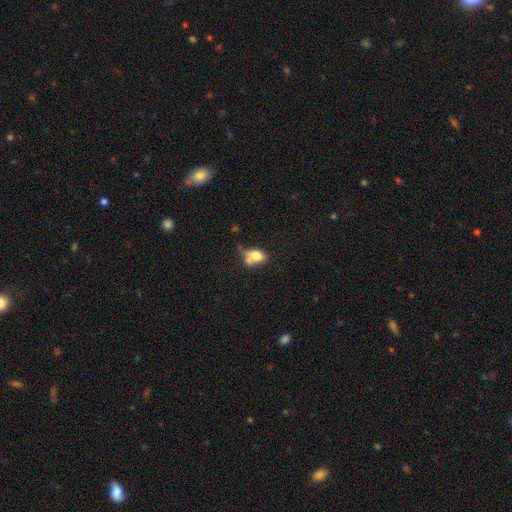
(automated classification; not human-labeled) Smooth or featured? Predicted: smooth (p=0.72). How rounded? Predicted: in between (p=0.80). Merging? Predicted: merger (p=0.40).